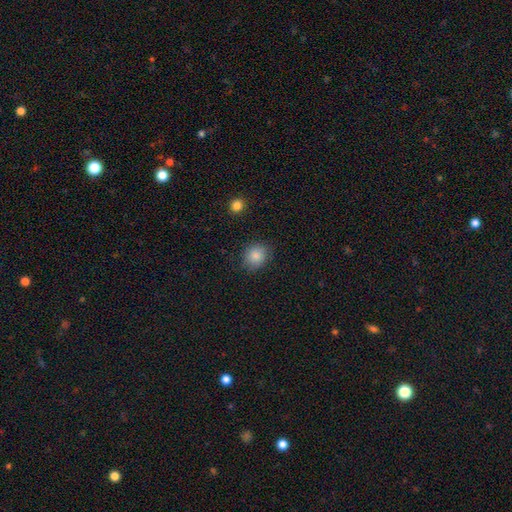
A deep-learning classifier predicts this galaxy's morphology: smooth 85%, star or artifact 9%, featured or disk 6%. Down the decision tree: how rounded — round (71%); merging — none (83%).